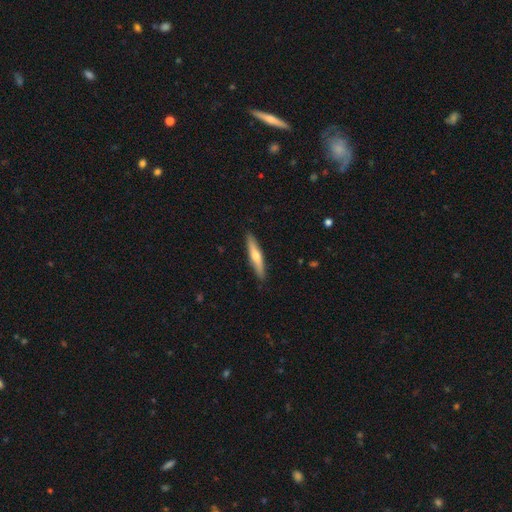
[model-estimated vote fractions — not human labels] A smooth galaxy with no disk features (50%) that is cigar-shaped (87%). Merging: none (89%).